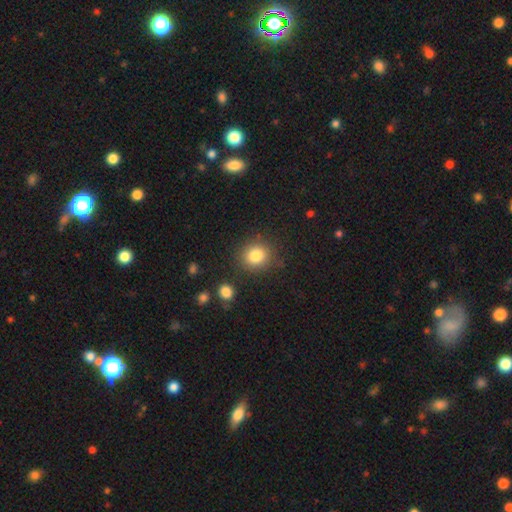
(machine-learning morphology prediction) Overall: smooth (83%). How rounded: round (84%). Merging: none (85%).